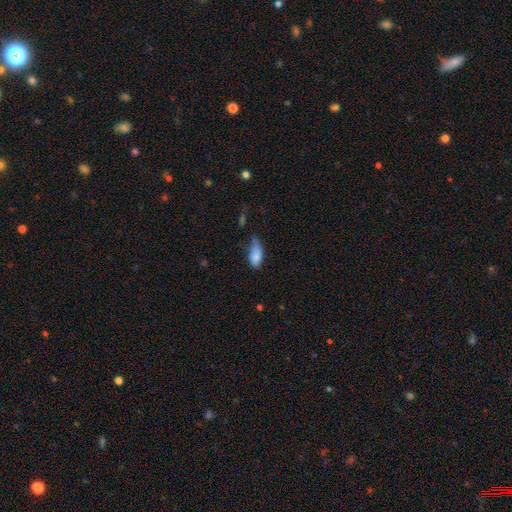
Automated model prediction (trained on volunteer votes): This appears to be a smooth galaxy with no disk features (80%) that is in between round and cigar-shaped (87%). Merging: minor disturbance (42%).